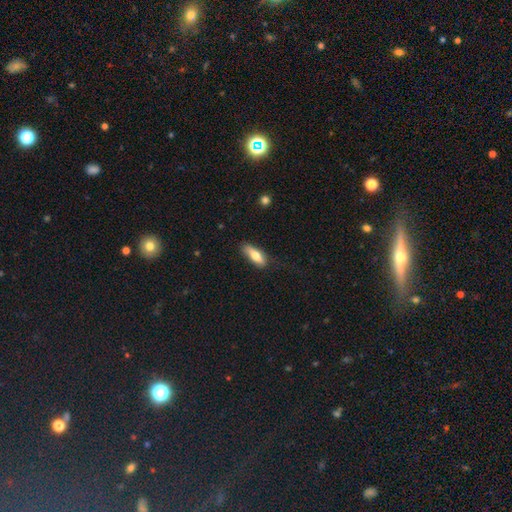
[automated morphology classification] This is likely a smooth galaxy (71%). How rounded: likely in between (61%). Merging: likely none (73%).